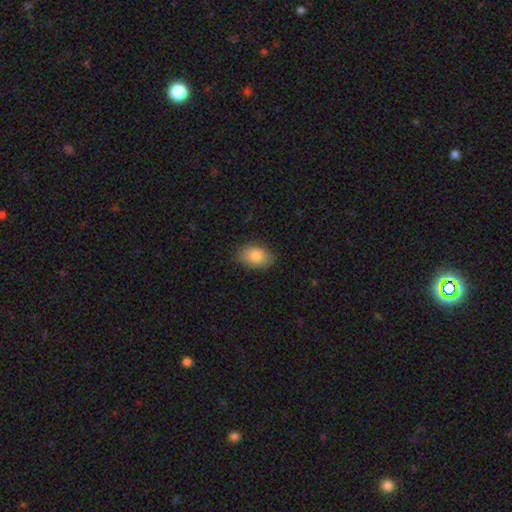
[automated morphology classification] This appears to be a smooth galaxy with no disk features (84%) that is in between round and cigar-shaped (88%). Merging: none (85%).